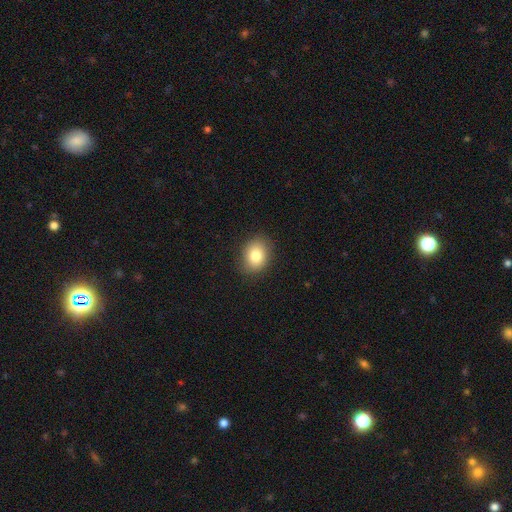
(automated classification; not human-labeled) Smooth or featured?
  - smooth: 82% *
  - star or artifact: 9%
  - featured or disk: 8%
How rounded?
  - in between: 54% *
  - round: 45%
  - cigar-shaped: 1%
Merging?
  - none: 87% *
  - minor disturbance: 10%
  - major disturbance: 2%
  - merger: 1%